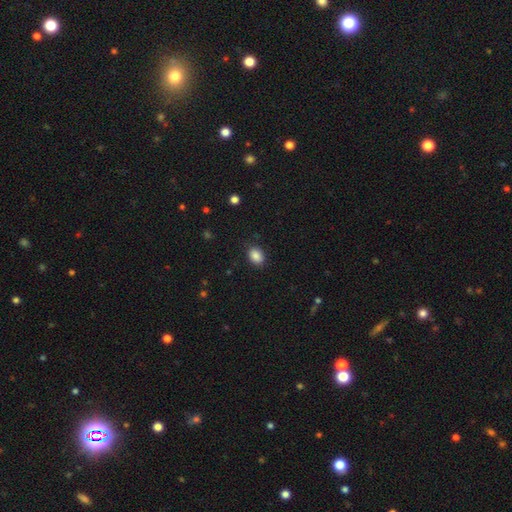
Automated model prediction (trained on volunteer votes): This appears to be a smooth galaxy with no disk features (88%) that is in between round and cigar-shaped (72%). Merging: none (86%).